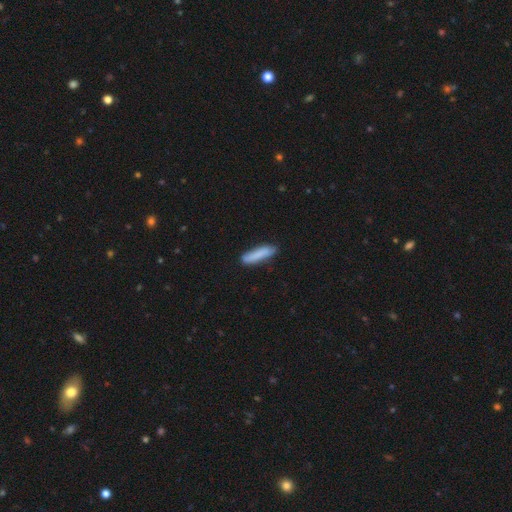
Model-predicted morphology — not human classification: Smooth or featured: smooth — 82% (featured or disk — 12%)
How rounded: cigar-shaped — 79% (in between — 20%)
Merging: none — 78% (minor disturbance — 17%)